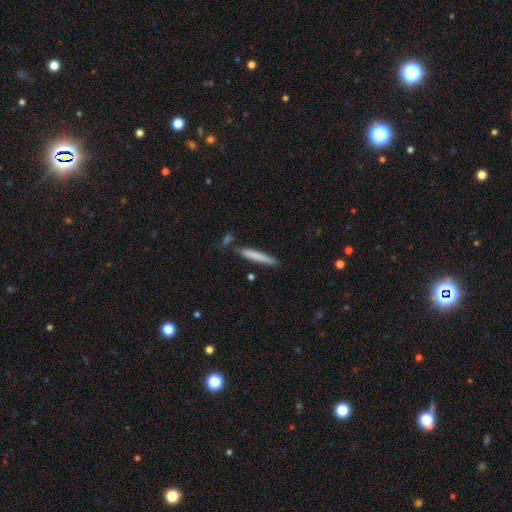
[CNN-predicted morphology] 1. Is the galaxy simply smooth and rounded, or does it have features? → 75% smooth, 19% featured or disk, 6% star or artifact.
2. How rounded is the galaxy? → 95% cigar-shaped, 4% in between, 1% round.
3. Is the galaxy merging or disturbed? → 80% none, 12% minor disturbance, 6% merger, 3% major disturbance.